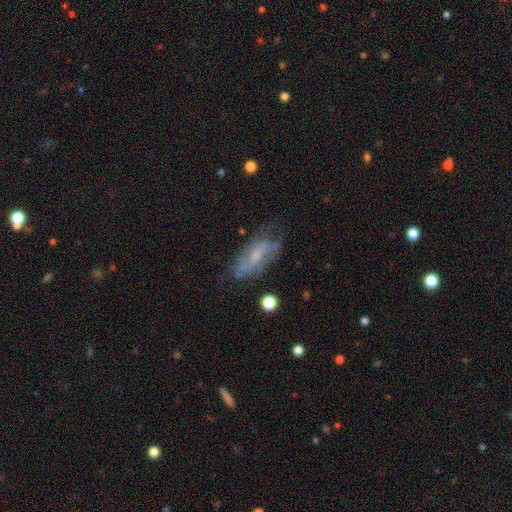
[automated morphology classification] featured or disk 56%, smooth 35%, star or artifact 9%. Down the decision tree: edge-on disk — no (87%); merging — none (54%).